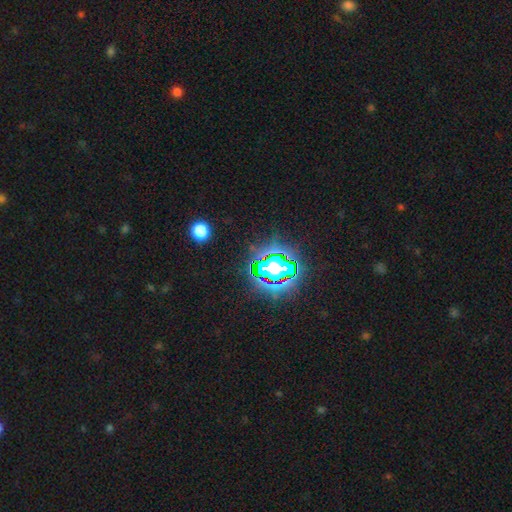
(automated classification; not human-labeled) Smooth or featured?
  - star or artifact: 84% *
  - smooth: 10%
  - featured or disk: 6%